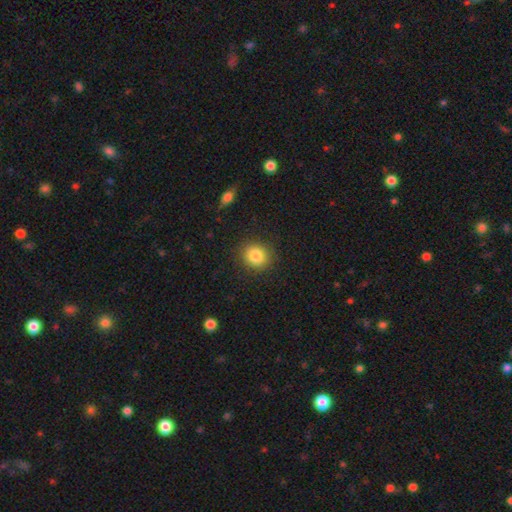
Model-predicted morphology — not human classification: smooth_or_featured: smooth (p=0.85) [alt: star or artifact p=0.09]
how_rounded: round (p=0.80) [alt: in between p=0.19]
merging: none (p=0.88) [alt: minor disturbance p=0.08]